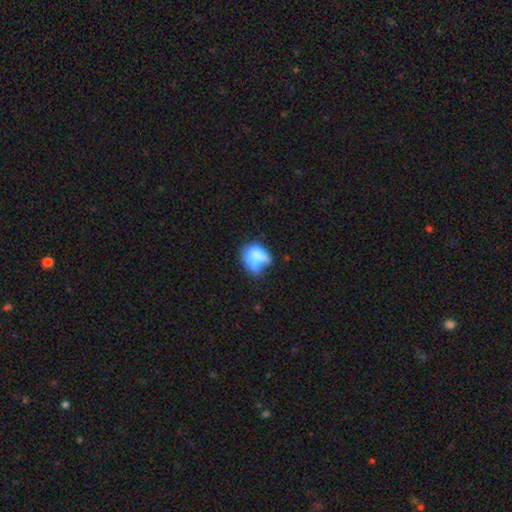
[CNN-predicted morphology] Smooth or featured?
  - smooth: 60% *
  - featured or disk: 29%
  - star or artifact: 11%
How rounded?
  - in between: 58% *
  - round: 40%
  - cigar-shaped: 2%
Merging?
  - merger: 39% *
  - none: 25%
  - major disturbance: 19%
  - minor disturbance: 17%